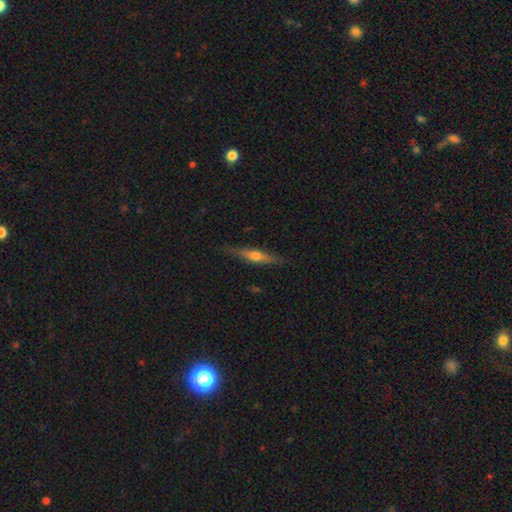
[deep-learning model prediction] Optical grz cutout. It shows a featured or disk galaxy (59%) viewed edge-on (95%) with a rounded central bulge (88%). Merging: none (84%).